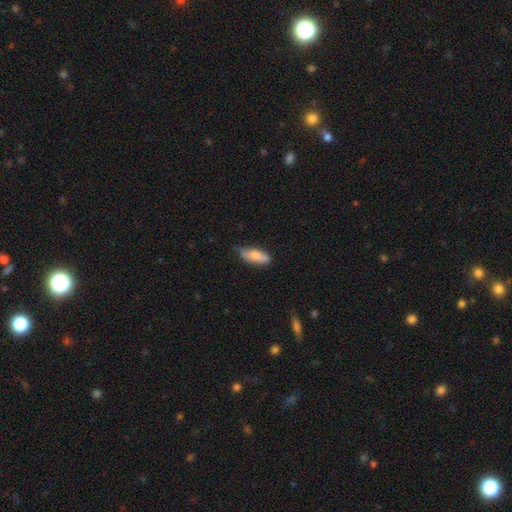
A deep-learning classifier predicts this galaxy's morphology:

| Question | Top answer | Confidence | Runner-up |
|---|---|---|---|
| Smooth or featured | smooth | 75% | featured or disk (19%) |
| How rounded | in between | 70% | cigar-shaped (28%) |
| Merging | none | 69% | minor disturbance (26%) |